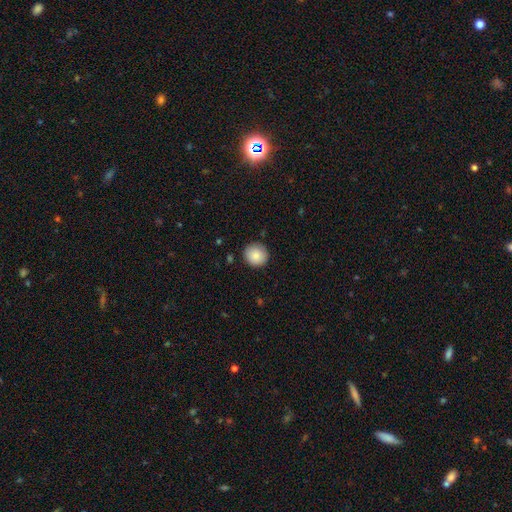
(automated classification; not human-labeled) Smooth or featured? Predicted: smooth (p=0.87). How rounded? Predicted: round (p=0.91). Merging? Predicted: none (p=0.88).